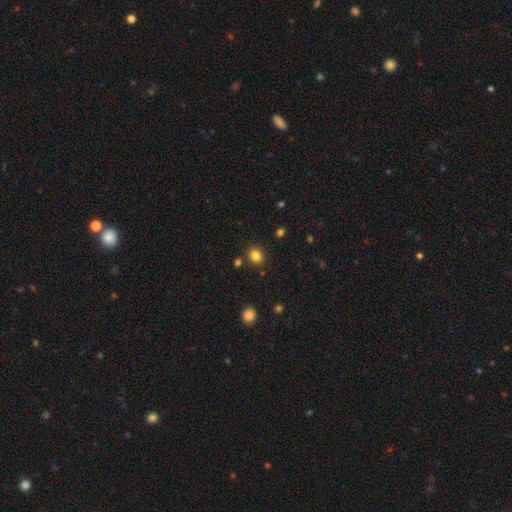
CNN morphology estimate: smooth-or-featured: smooth: 83% | star or artifact: 12% | featured or disk: 5%
  how-rounded: round: 57% | in between: 42% | cigar-shaped: 1%
  merging: none: 84% | minor disturbance: 9% | merger: 4% | major disturbance: 3%